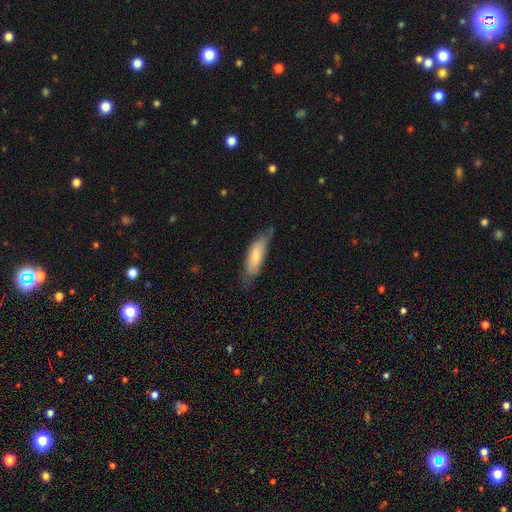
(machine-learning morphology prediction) A smooth galaxy with no disk features (70%) that is in between round and cigar-shaped (60%). Merging: none (57%).